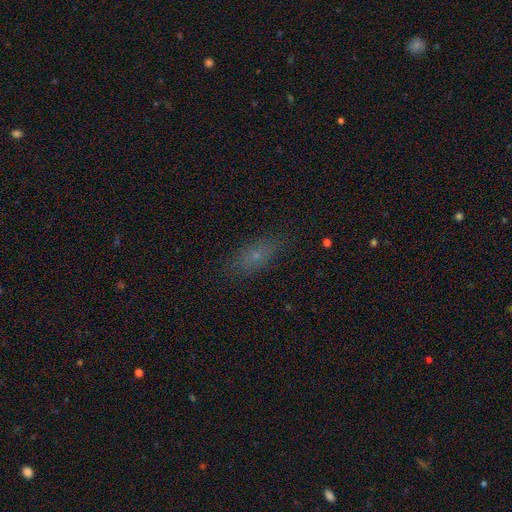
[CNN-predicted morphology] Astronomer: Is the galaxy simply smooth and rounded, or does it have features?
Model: smooth — 61%.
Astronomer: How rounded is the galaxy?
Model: in between — 68%.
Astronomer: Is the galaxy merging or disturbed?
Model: none — 80%.